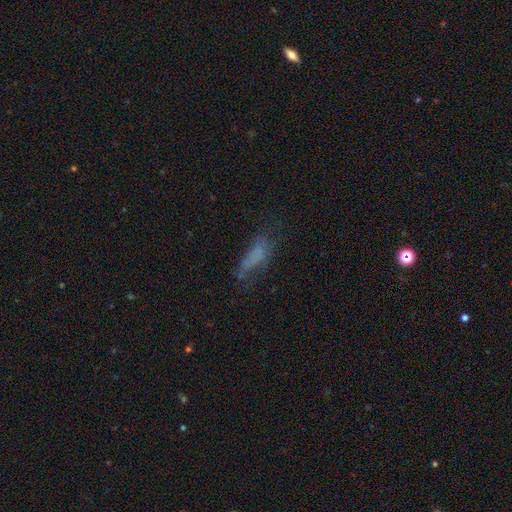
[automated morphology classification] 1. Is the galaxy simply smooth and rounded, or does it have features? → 52% smooth, 28% featured or disk, 20% star or artifact.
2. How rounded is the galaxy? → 55% in between, 42% cigar-shaped, 4% round.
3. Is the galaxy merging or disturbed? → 40% none, 31% major disturbance, 24% minor disturbance, 5% merger.